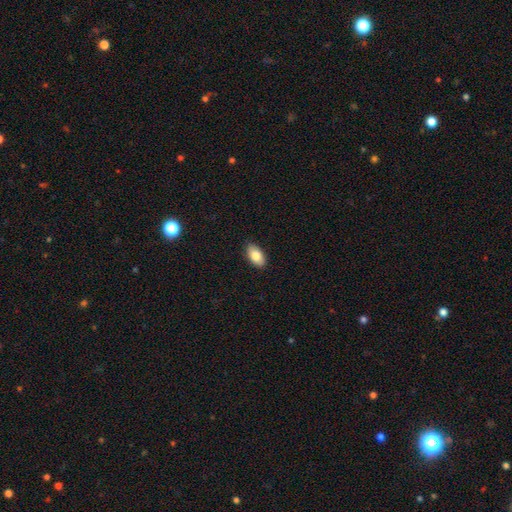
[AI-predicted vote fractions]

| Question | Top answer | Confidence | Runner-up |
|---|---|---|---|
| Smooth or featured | smooth | 82% | featured or disk (12%) |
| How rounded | in between | 94% | round (3%) |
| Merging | none | 88% | minor disturbance (9%) |